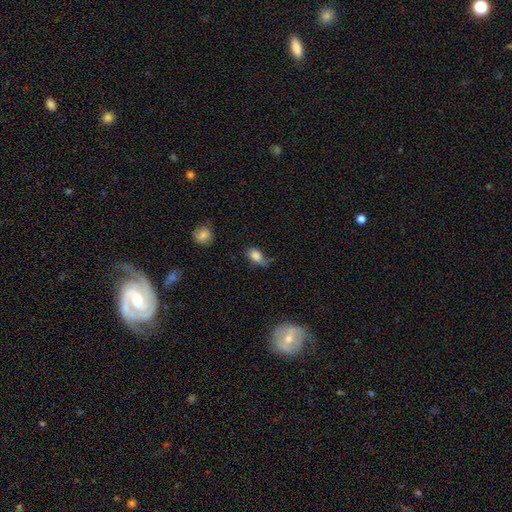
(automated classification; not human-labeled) The model was most divided on "merging": none: 38%, minor disturbance: 36%, major disturbance: 21%, merger: 5%. More confident: how rounded — in between (84%); smooth or featured — smooth (82%).